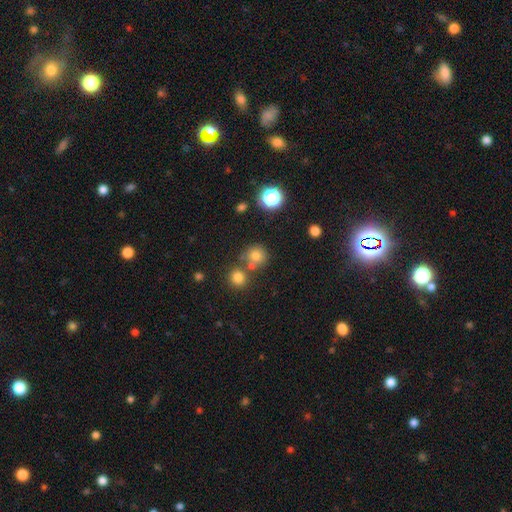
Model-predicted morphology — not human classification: Smooth or featured? smooth (73%)
How rounded? round (88%)
Merging? none (61%)